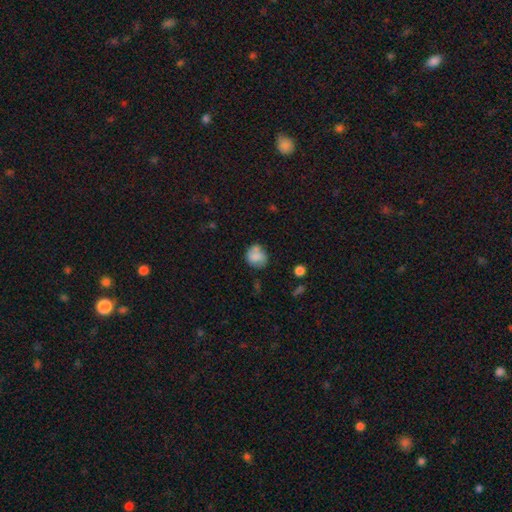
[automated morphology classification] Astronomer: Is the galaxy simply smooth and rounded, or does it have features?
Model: smooth — 74%.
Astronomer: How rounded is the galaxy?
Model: round — 71%.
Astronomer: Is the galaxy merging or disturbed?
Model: none — 53%.